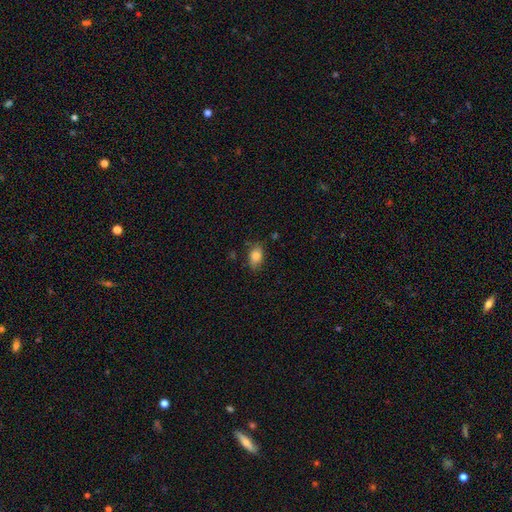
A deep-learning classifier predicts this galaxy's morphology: Smooth or featured?
  - smooth: 85% *
  - star or artifact: 9%
  - featured or disk: 6%
How rounded?
  - in between: 83% *
  - round: 15%
  - cigar-shaped: 2%
Merging?
  - none: 73% *
  - minor disturbance: 20%
  - major disturbance: 5%
  - merger: 2%